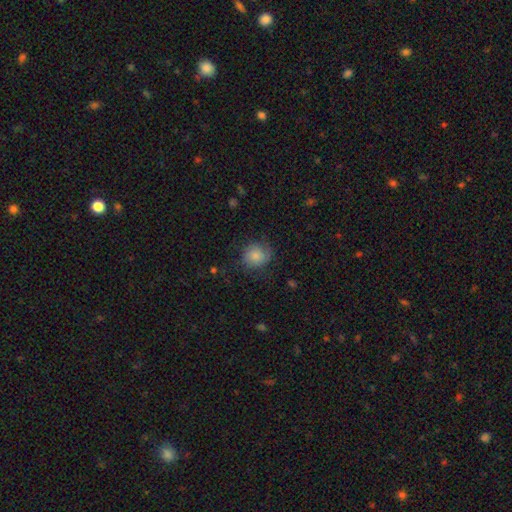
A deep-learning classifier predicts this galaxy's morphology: smooth_or_featured: smooth (p=0.74) [alt: featured or disk p=0.18]
how_rounded: round (p=0.77) [alt: in between p=0.22]
merging: none (p=0.67) [alt: minor disturbance p=0.22]